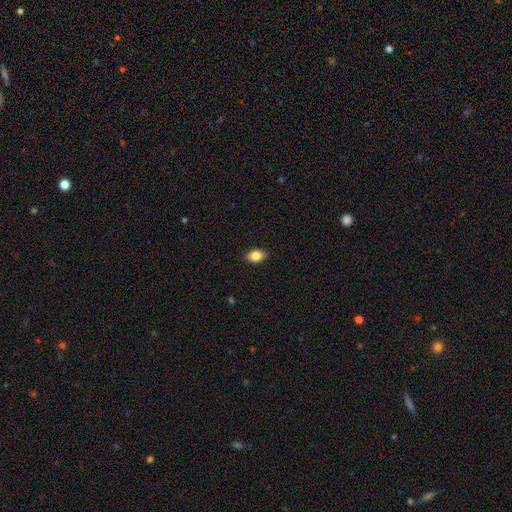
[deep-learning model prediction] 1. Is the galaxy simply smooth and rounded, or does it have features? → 84% smooth, 8% star or artifact, 8% featured or disk.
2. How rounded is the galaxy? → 87% in between, 11% round, 2% cigar-shaped.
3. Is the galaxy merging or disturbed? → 89% none, 9% minor disturbance, 2% major disturbance, 1% merger.